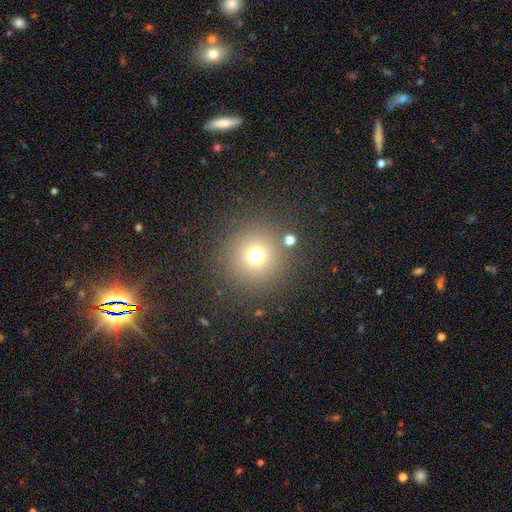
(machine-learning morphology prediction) Smooth or featured?
  - smooth: 72% *
  - star or artifact: 19%
  - featured or disk: 9%
How rounded?
  - round: 95% *
  - in between: 4%
  - cigar-shaped: 1%
Merging?
  - none: 87% *
  - minor disturbance: 6%
  - major disturbance: 4%
  - merger: 3%